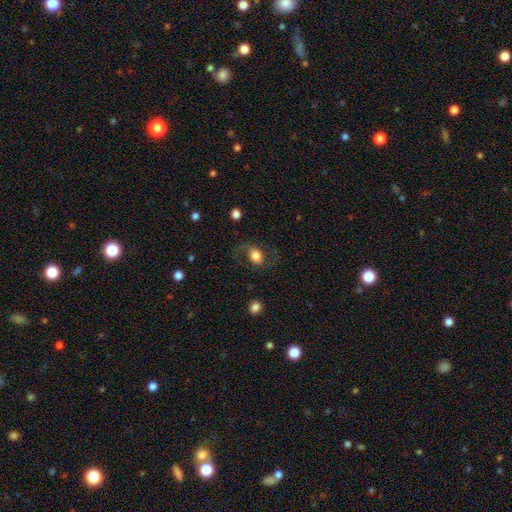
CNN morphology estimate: A smooth galaxy with no disk features (55%) that is in between round and cigar-shaped (59%).

Vote fractions:
- Smooth or featured? smooth: 55% / featured or disk: 37% / star or artifact: 8%
- How rounded? in between: 59% / round: 39% / cigar-shaped: 1%
- Merging? none: 65% / minor disturbance: 17% / major disturbance: 16% / merger: 2%